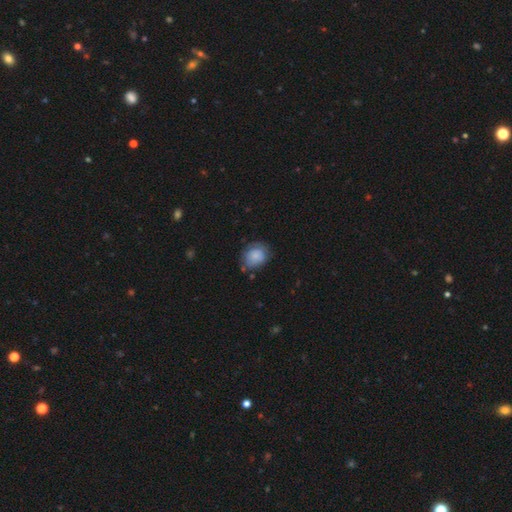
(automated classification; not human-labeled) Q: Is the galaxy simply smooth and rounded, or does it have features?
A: smooth — 78%.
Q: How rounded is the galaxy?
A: round — 61%.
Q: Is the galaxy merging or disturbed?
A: none — 63%.